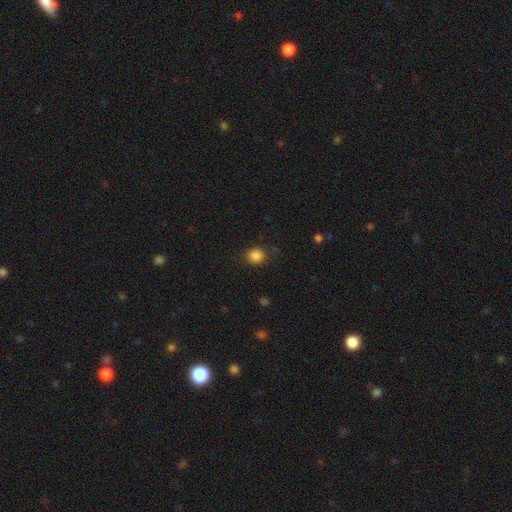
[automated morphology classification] Q: Smooth or featured?
A: smooth (86%); runner-up: star or artifact (11%)
Q: How rounded?
A: round (75%); runner-up: in between (24%)
Q: Merging?
A: none (84%); runner-up: minor disturbance (11%)